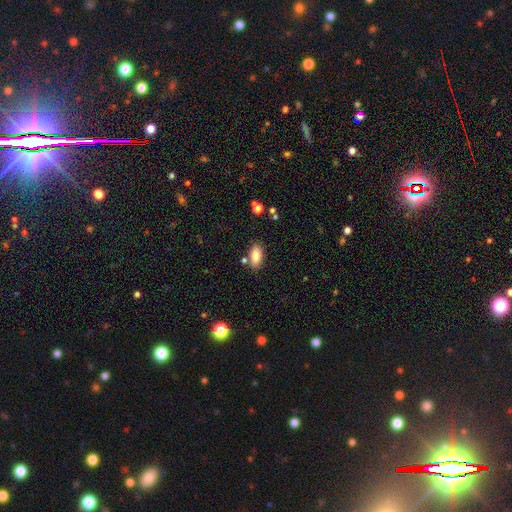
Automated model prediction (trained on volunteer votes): smooth 83%, featured or disk 9%, star or artifact 8%. Down the decision tree: how rounded — in between (91%); merging — none (79%).